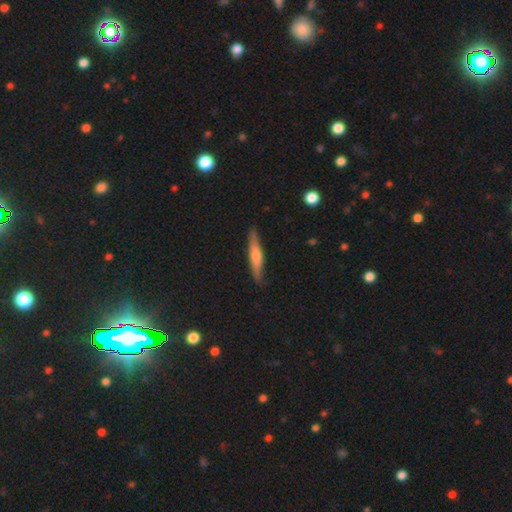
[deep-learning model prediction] A featured or disk galaxy (49%). Merging: none (88%).